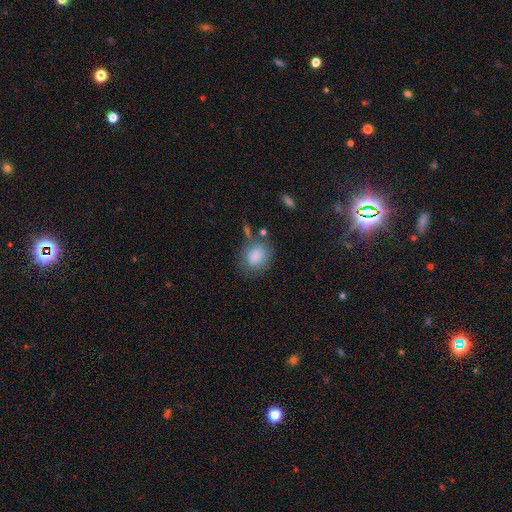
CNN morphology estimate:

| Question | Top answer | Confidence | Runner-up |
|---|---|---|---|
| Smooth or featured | smooth | 86% | star or artifact (8%) |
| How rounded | round | 53% | in between (45%) |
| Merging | none | 66% | minor disturbance (20%) |